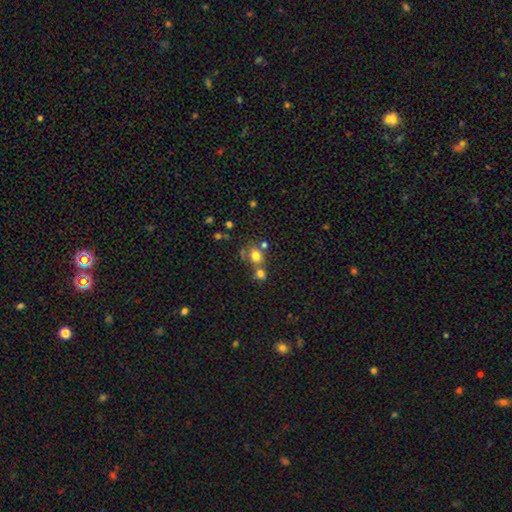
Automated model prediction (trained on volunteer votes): This is likely a smooth galaxy (73%). How rounded: likely round (65%). Merging: possibly none (45%).